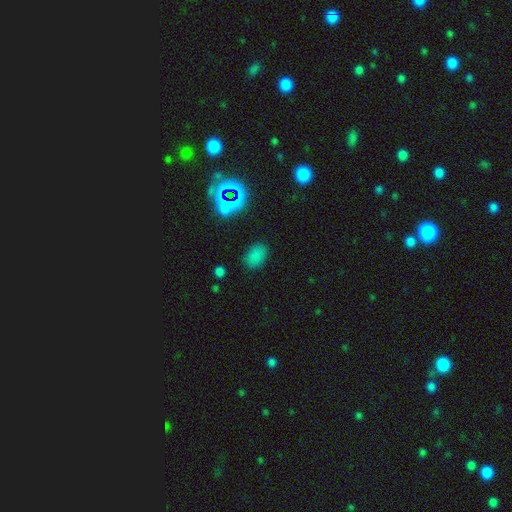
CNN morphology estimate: A smooth galaxy with no disk features (74%) that is in between round and cigar-shaped (83%). Merging: none (82%).